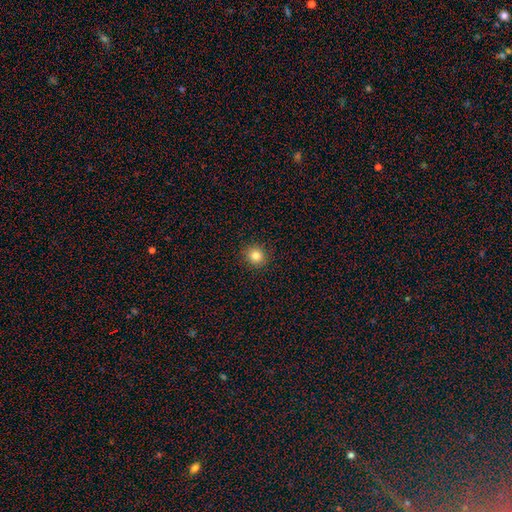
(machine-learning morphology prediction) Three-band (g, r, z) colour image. It shows a smooth galaxy with no disk features (83%) that is round (88%). Merging: none (91%).